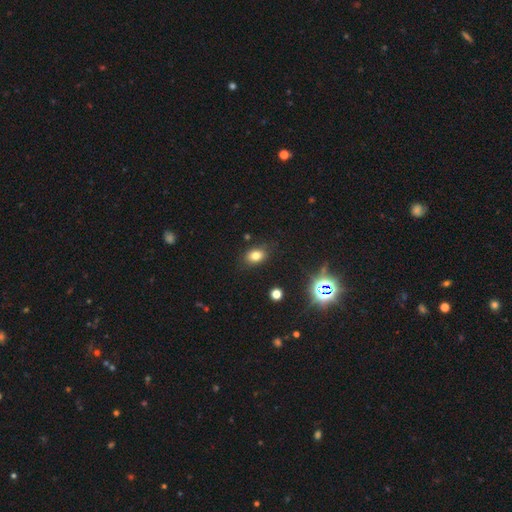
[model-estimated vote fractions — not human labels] Smooth or featured?
  - smooth: 76% *
  - star or artifact: 15%
  - featured or disk: 9%
How rounded?
  - in between: 70% *
  - round: 29%
  - cigar-shaped: 1%
Merging?
  - none: 84% *
  - minor disturbance: 12%
  - major disturbance: 3%
  - merger: 2%